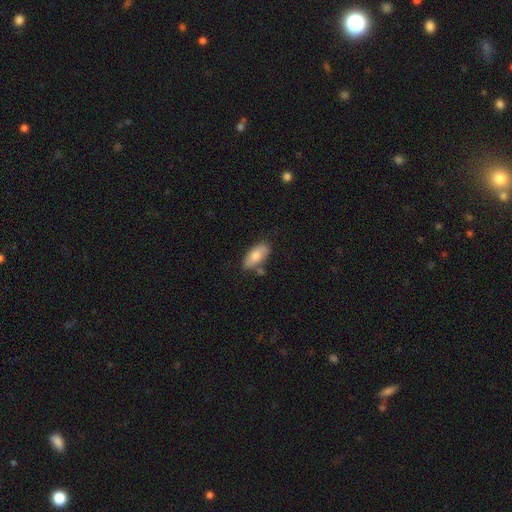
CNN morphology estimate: Smooth or featured? smooth (75%)
How rounded? in between (89%)
Merging? none (73%)